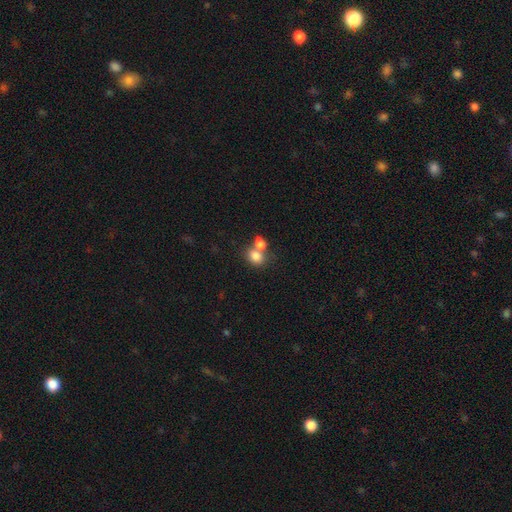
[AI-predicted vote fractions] smooth 81%, star or artifact 10%, featured or disk 9%. Down the decision tree: how rounded — in between (57%); merging — merger (51%).